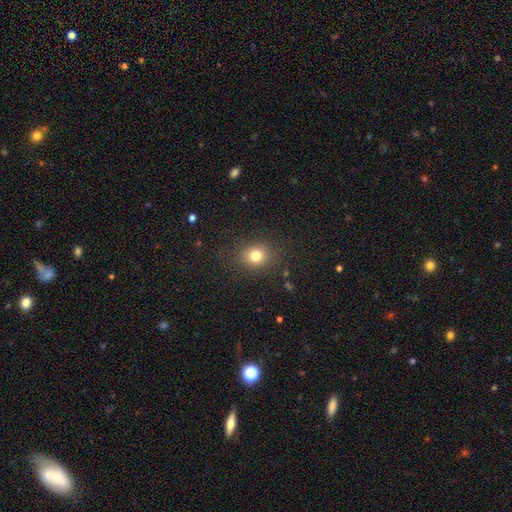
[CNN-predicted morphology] Smooth or featured?
  - smooth: 79% *
  - star or artifact: 14%
  - featured or disk: 7%
How rounded?
  - round: 76% *
  - in between: 23%
  - cigar-shaped: 1%
Merging?
  - none: 86% *
  - minor disturbance: 9%
  - major disturbance: 4%
  - merger: 1%